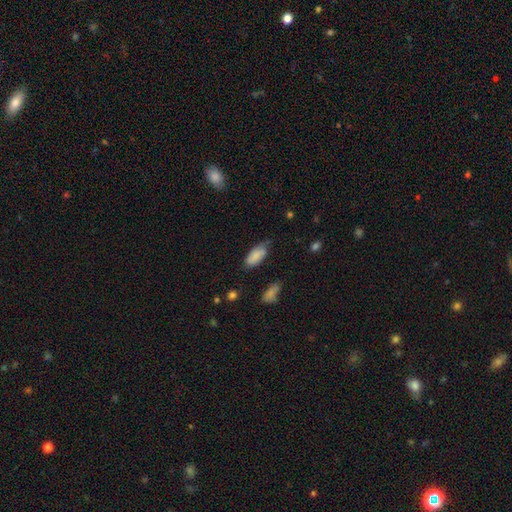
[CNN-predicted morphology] This appears to be a smooth galaxy with no disk features (78%) that is in between round and cigar-shaped (89%). Merging: none (48%).